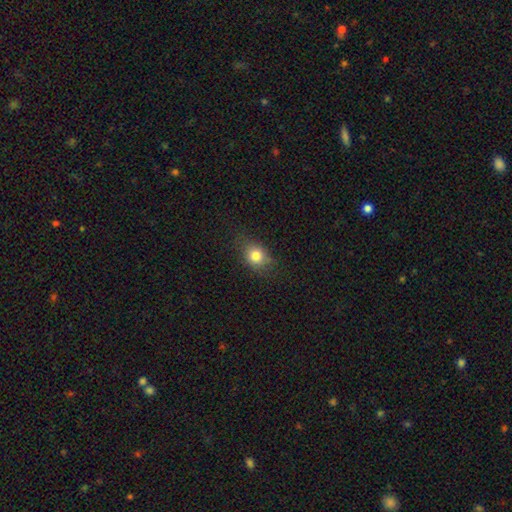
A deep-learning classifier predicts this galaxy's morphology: Smooth or featured? Predicted: smooth (p=0.79). How rounded? Predicted: round (p=0.58). Merging? Predicted: none (p=0.76).